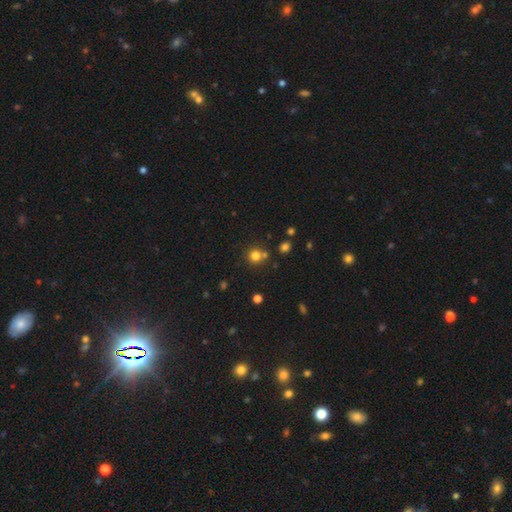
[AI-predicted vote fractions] A smooth galaxy with no disk features (77%) that is round (91%). Merging: none (69%).